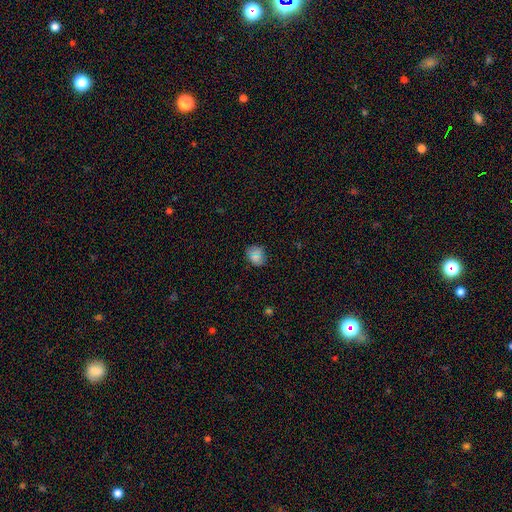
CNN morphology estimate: The model was most divided on "how rounded": round: 58%, in between: 40%, cigar-shaped: 1%. More confident: merging — none (81%); smooth or featured — smooth (72%).